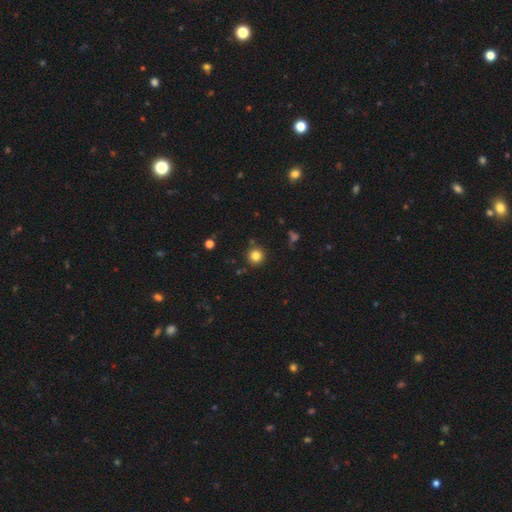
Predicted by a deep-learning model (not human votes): Smooth or featured? smooth (82%)
How rounded? round (95%)
Merging? none (88%)